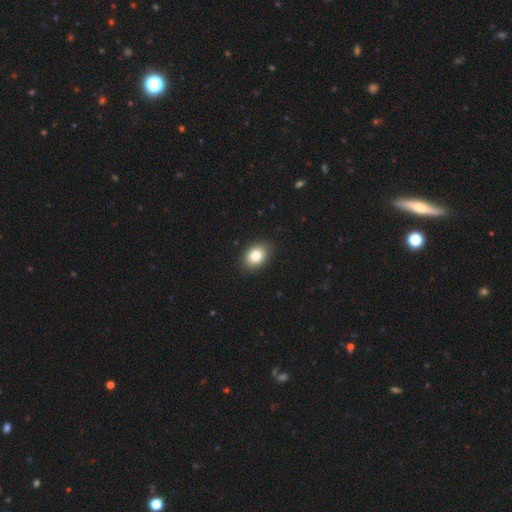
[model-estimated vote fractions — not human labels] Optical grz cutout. It shows a smooth galaxy with no disk features (83%) that is in between round and cigar-shaped (73%). Merging: none (89%).